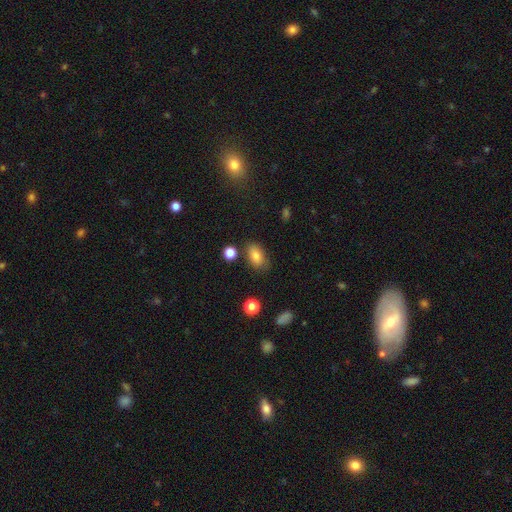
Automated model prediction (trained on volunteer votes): Morphology: type=smooth (80%); roundness=in between (87%); merging=none (74%).